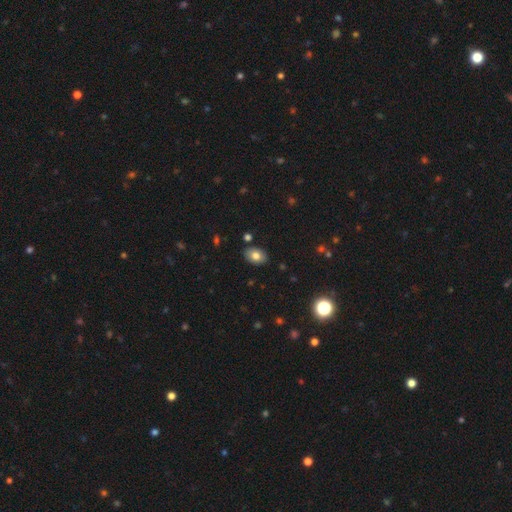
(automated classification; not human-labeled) Q: Smooth or featured?
A: smooth (79%); runner-up: featured or disk (12%)
Q: How rounded?
A: in between (82%); runner-up: round (17%)
Q: Merging?
A: none (86%); runner-up: minor disturbance (10%)